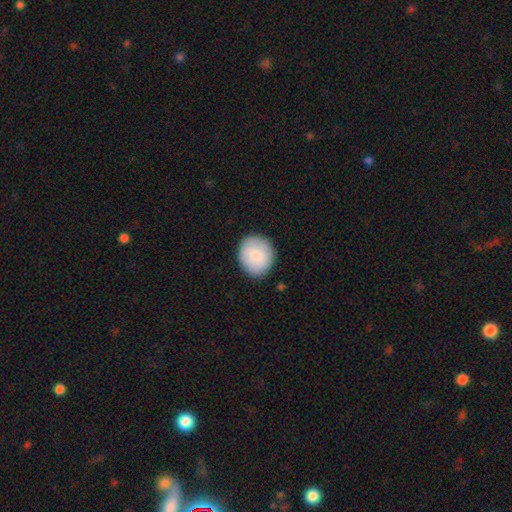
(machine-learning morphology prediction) Overall: smooth (84%). How rounded: round (78%). Merging: none (87%).